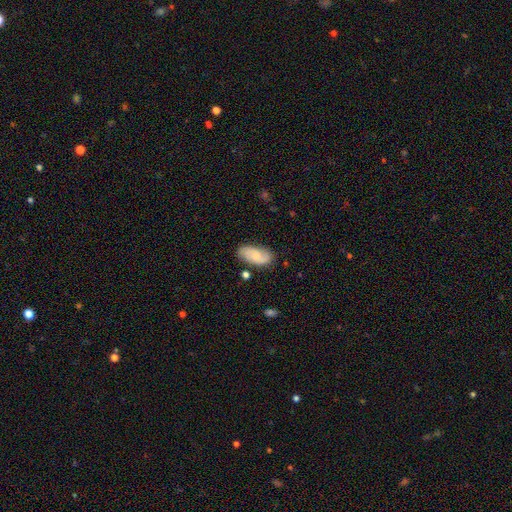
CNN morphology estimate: type=smooth (55%); roundness=in between (92%); merging=none (75%).